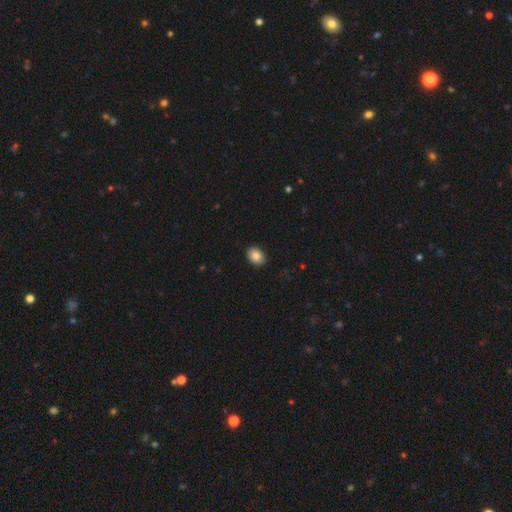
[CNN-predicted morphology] Smooth or featured? Predicted: smooth (p=0.87). How rounded? Predicted: in between (p=0.60). Merging? Predicted: none (p=0.90).